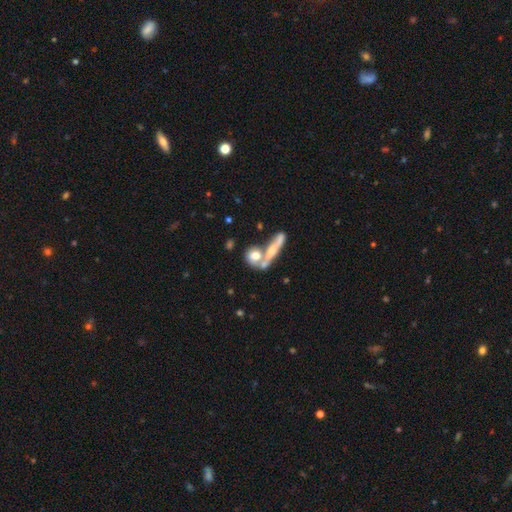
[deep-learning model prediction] Overall: smooth (55%; featured or disk 36%). How rounded: round (46%; in between 34%). Merging: merger (50%; none 31%).